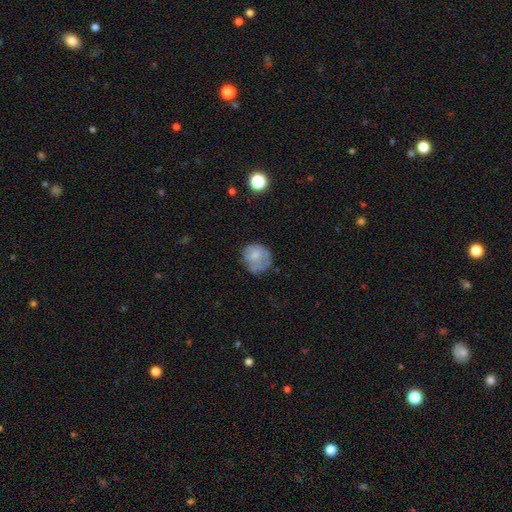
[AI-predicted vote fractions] Smooth or featured: smooth — 64% (featured or disk — 26%)
How rounded: round — 76% (in between — 23%)
Merging: none — 54% (minor disturbance — 28%)